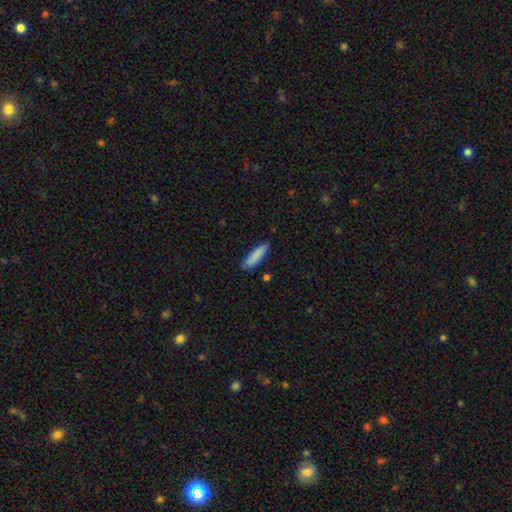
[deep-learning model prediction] A smooth galaxy with no disk features (87%) that is cigar-shaped (72%).

Vote fractions:
- Smooth or featured? smooth: 87% / featured or disk: 7% / star or artifact: 6%
- How rounded? cigar-shaped: 72% / in between: 27% / round: 1%
- Merging? none: 82% / minor disturbance: 14% / major disturbance: 2% / merger: 2%